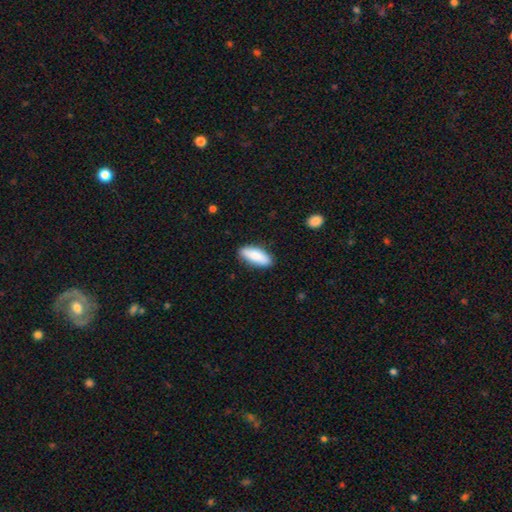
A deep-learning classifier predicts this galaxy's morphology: smooth 85%, featured or disk 9%, star or artifact 6%. Down the decision tree: how rounded — in between (76%); merging — none (86%).